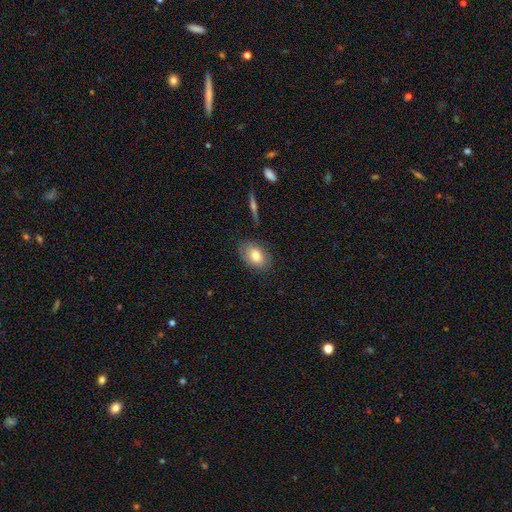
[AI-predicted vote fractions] Smooth or featured: smooth — 72% (featured or disk — 20%)
How rounded: in between — 84% (round — 14%)
Merging: none — 79% (minor disturbance — 15%)